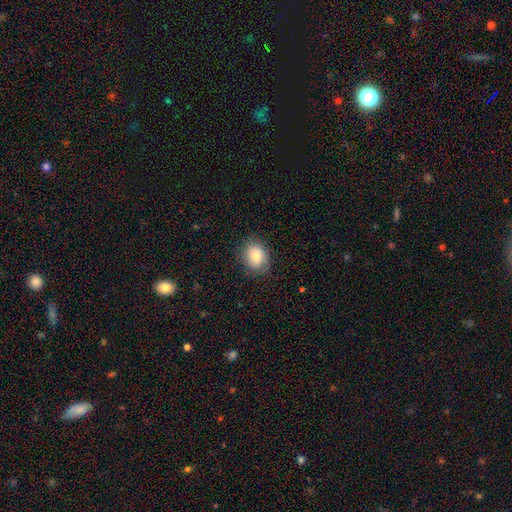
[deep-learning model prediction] smooth 78%, featured or disk 13%, star or artifact 9%. Down the decision tree: how rounded — round (50%); merging — none (78%).